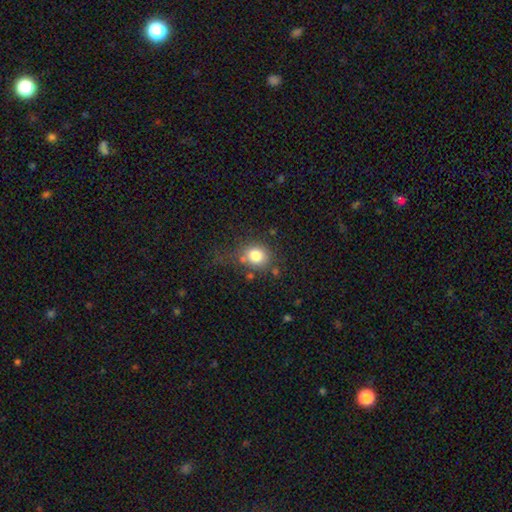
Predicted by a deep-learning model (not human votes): Smooth or featured? smooth (80%)
How rounded? round (74%)
Merging? none (62%)